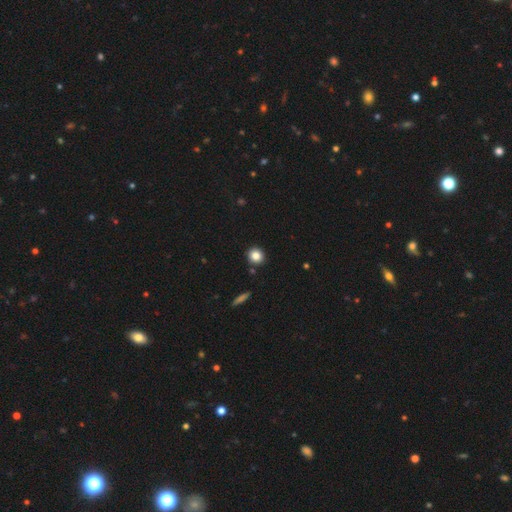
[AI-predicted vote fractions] A smooth galaxy with no disk features (84%) that is round (87%). Merging: none (89%).